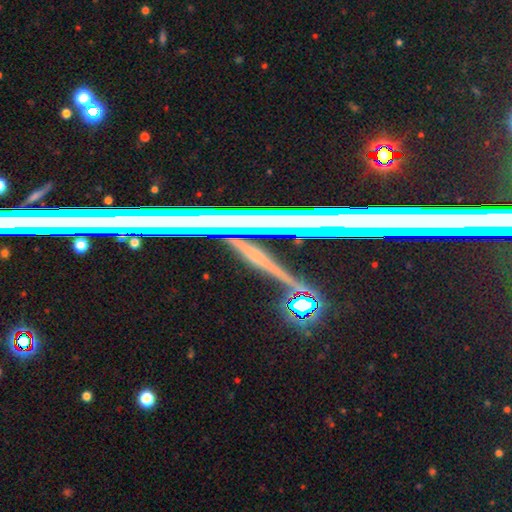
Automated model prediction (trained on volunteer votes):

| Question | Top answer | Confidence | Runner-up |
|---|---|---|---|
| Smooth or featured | star or artifact | 45% | featured or disk (38%) |